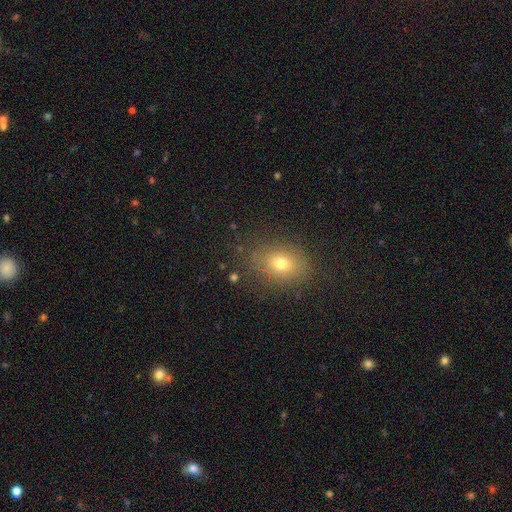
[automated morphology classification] smooth_or_featured: smooth (p=0.69) [alt: star or artifact p=0.18]
how_rounded: in between (p=0.63) [alt: round p=0.36]
merging: none (p=0.84) [alt: minor disturbance p=0.11]